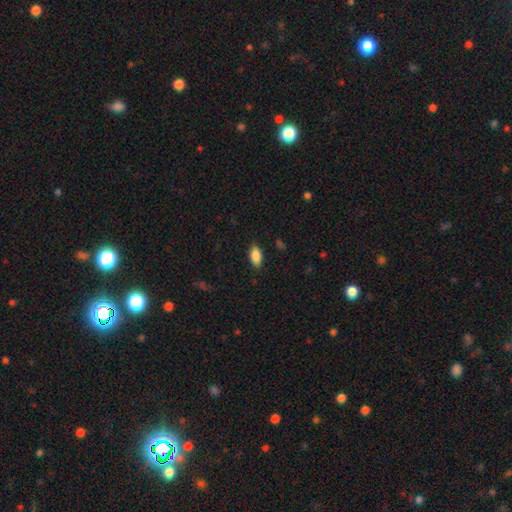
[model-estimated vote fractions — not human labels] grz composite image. It shows a smooth galaxy with no disk features (87%) that is in between round and cigar-shaped (92%). Merging: none (86%).